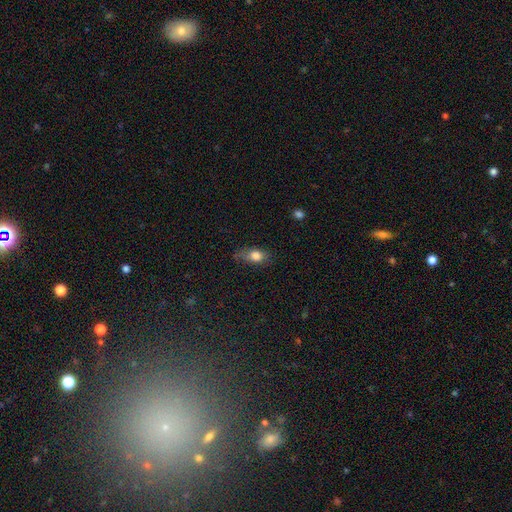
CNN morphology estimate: type=smooth (81%); roundness=in between (80%); merging=none (57%).